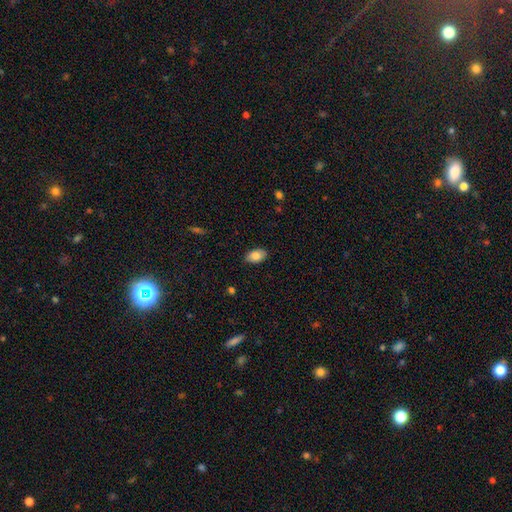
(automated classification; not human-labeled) Overall: smooth (85%). How rounded: in between (92%). Merging: none (86%).